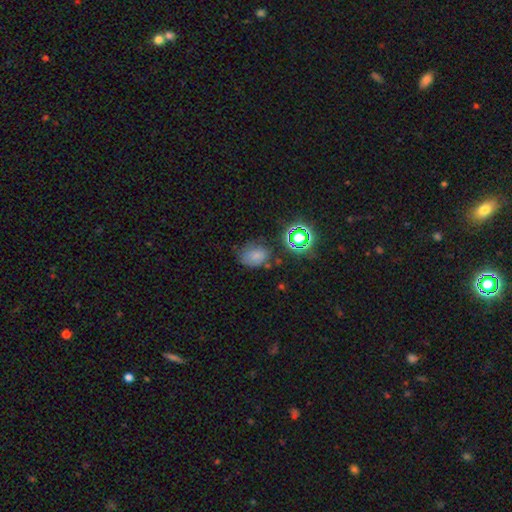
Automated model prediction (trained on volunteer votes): Smooth or featured? smooth (68%)
How rounded? in between (70%)
Merging? none (60%)